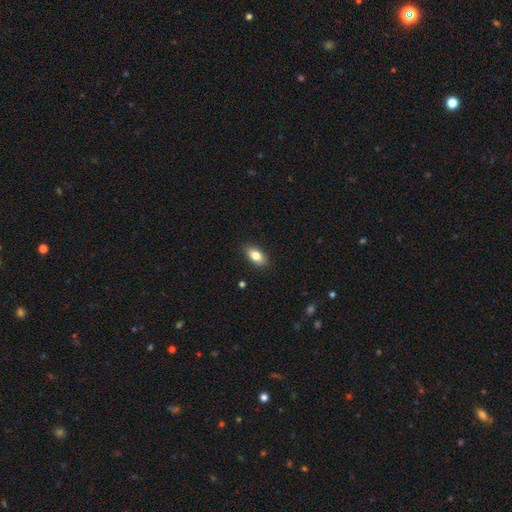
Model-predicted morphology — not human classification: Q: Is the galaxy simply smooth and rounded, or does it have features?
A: smooth — 80%.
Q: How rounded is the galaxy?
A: in between — 89%.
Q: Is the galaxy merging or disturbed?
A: none — 86%.